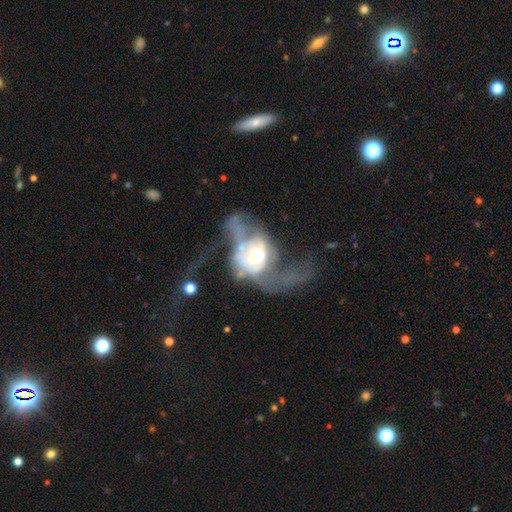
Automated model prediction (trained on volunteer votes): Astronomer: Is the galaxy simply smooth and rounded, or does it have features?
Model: featured or disk — 67%.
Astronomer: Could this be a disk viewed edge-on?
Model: no — 93%.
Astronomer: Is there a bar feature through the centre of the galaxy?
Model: no — 78%.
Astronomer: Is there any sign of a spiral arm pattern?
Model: no — 60% (runner-up: yes, 40%).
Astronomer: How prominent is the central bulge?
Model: moderate — 49% (runner-up: large, 39%).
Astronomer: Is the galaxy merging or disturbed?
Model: major disturbance — 64%.